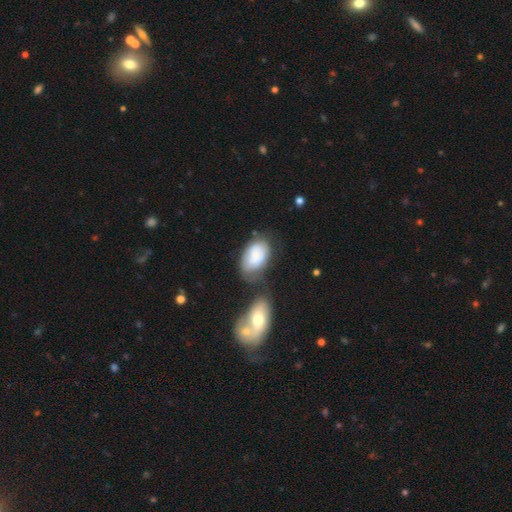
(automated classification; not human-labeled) A smooth galaxy with no disk features (72%) that is in between round and cigar-shaped (90%).

Vote fractions:
- Smooth or featured? smooth: 72% / featured or disk: 21% / star or artifact: 7%
- How rounded? in between: 90% / round: 8% / cigar-shaped: 1%
- Merging? none: 34% / merger: 30% / minor disturbance: 24% / major disturbance: 13%